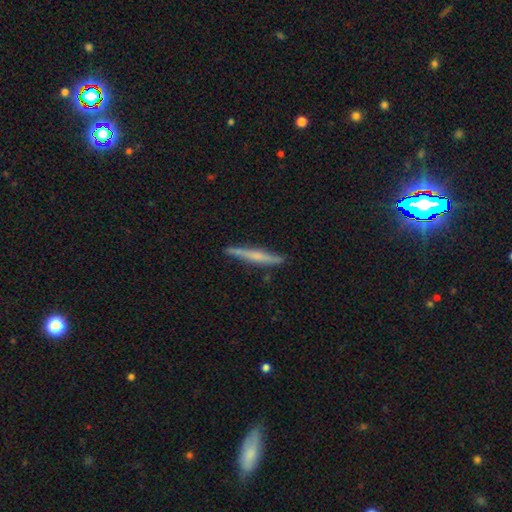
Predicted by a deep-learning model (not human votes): Smooth or featured? featured or disk (55%)
Edge-on disk? yes (96%)
Edge-on bulge? rounded (47%)
Merging? none (86%)